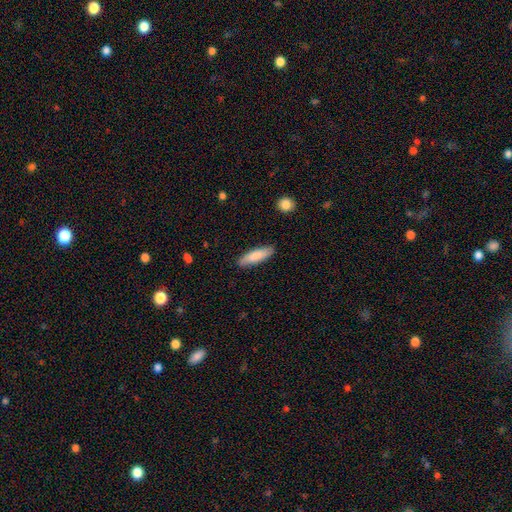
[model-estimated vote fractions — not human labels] Overall: smooth (84%). How rounded: cigar-shaped (62%; in between 36%). Merging: none (86%).